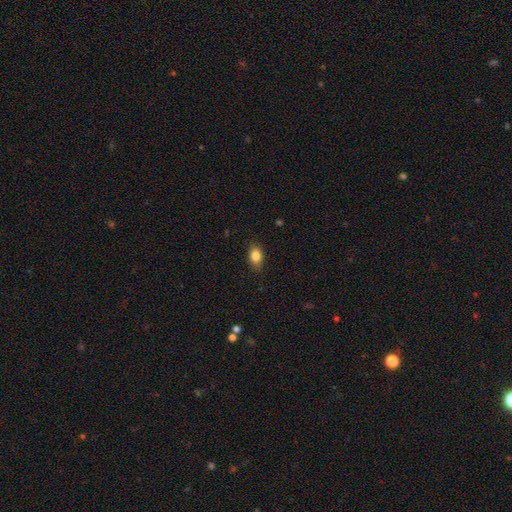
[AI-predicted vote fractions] smooth-or-featured: smooth: 83% | star or artifact: 9% | featured or disk: 8%
  how-rounded: in between: 77% | round: 21% | cigar-shaped: 2%
  merging: none: 83% | minor disturbance: 14% | major disturbance: 2% | merger: 1%